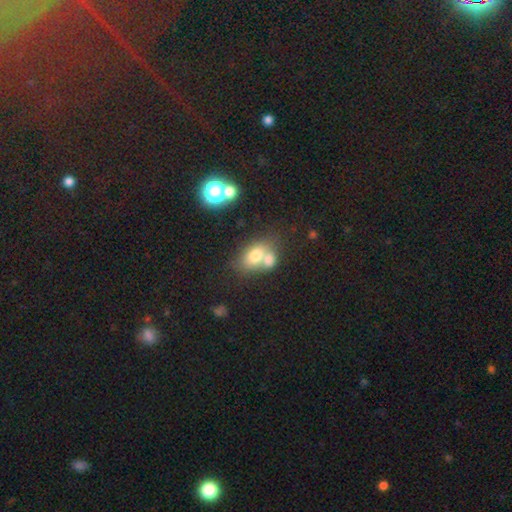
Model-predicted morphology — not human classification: Smooth or featured? smooth (70%)
How rounded? in between (69%)
Merging? merger (56%)